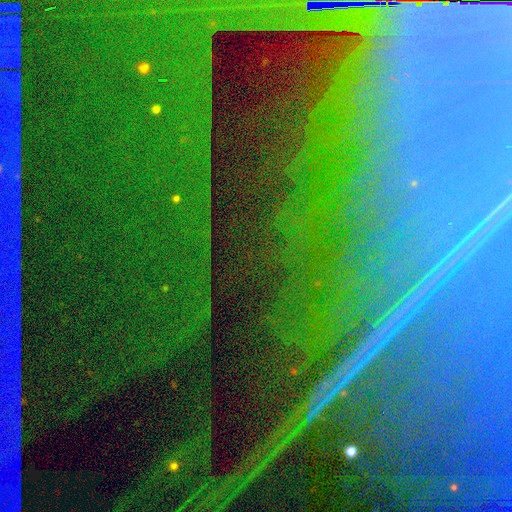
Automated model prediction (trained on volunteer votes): A star or artifact, not a galaxy (88%).

Vote fractions:
- Smooth or featured? star or artifact: 88% / featured or disk: 7% / smooth: 5%